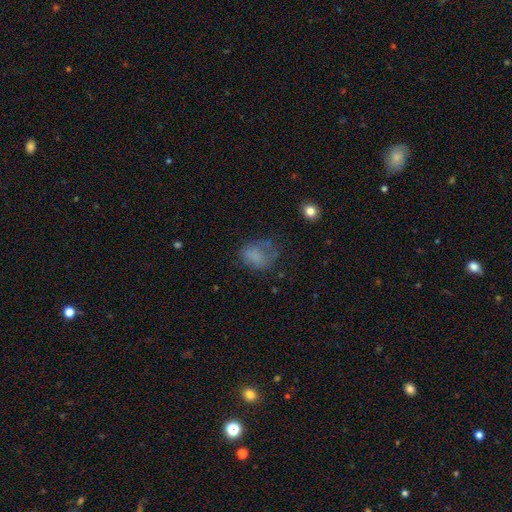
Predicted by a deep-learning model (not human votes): This is likely a smooth galaxy (69%). How rounded: likely in between (63%). Merging: marginally none (40%).